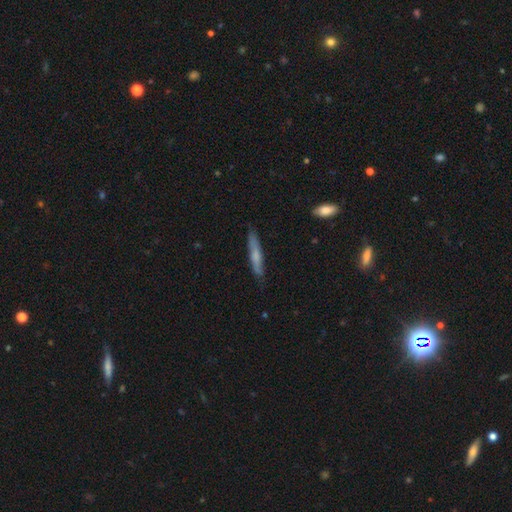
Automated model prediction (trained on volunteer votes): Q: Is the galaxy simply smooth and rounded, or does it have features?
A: smooth — 61%.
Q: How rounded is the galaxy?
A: cigar-shaped — 92%.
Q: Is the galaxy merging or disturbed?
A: none — 83%.